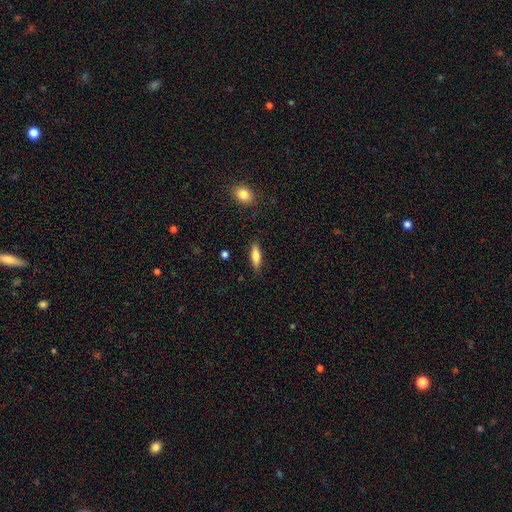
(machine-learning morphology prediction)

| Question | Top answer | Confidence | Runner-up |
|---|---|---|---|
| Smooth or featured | smooth | 75% | featured or disk (19%) |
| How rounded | cigar-shaped | 50% | in between (48%) |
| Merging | none | 84% | minor disturbance (11%) |